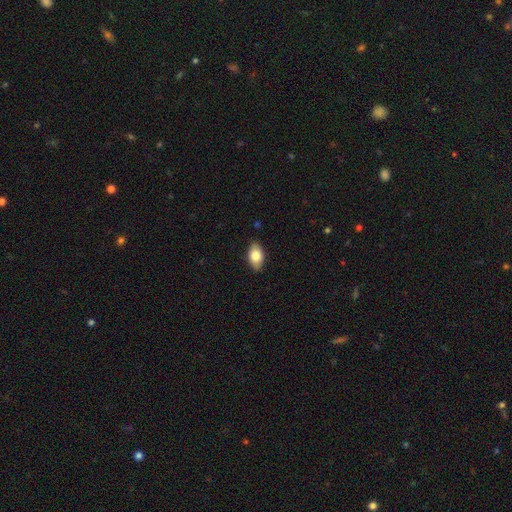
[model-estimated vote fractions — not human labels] Smooth or featured: smooth — 80% (featured or disk — 13%)
How rounded: in between — 92% (round — 6%)
Merging: none — 86% (minor disturbance — 11%)